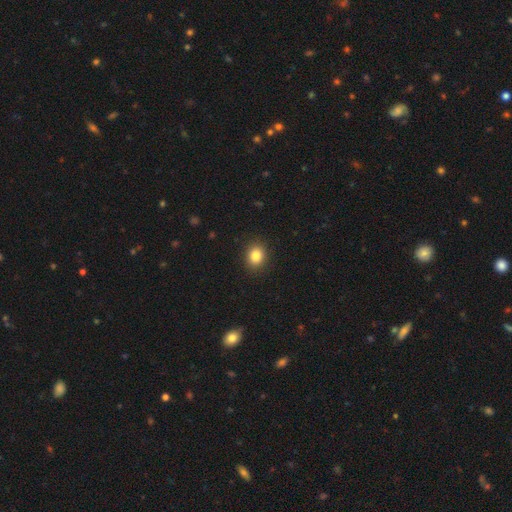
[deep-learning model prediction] A smooth galaxy with no disk features (84%) that is round (56%).

Vote fractions:
- Smooth or featured? smooth: 84% / star or artifact: 10% / featured or disk: 6%
- How rounded? round: 56% / in between: 43% / cigar-shaped: 1%
- Merging? none: 90% / minor disturbance: 7% / major disturbance: 2% / merger: 1%